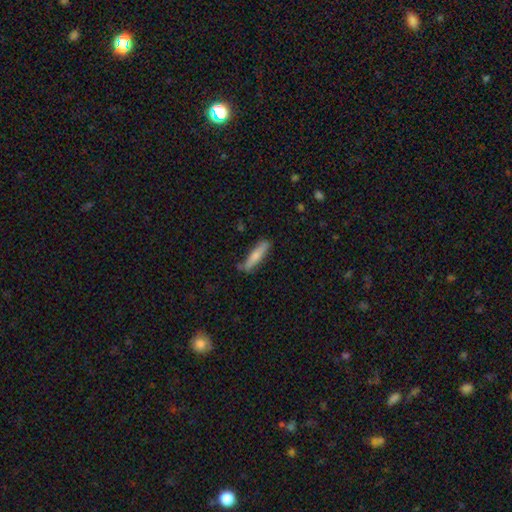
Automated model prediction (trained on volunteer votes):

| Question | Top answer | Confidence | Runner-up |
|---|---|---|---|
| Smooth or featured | smooth | 71% | featured or disk (23%) |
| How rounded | cigar-shaped | 83% | in between (15%) |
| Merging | none | 77% | minor disturbance (17%) |